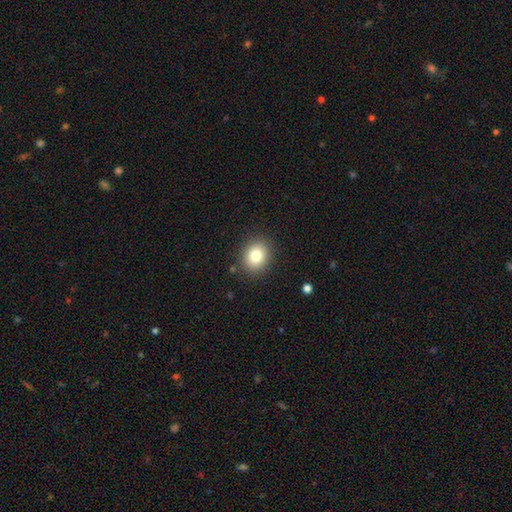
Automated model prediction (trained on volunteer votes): Smooth or featured? smooth (81%)
How rounded? round (65%)
Merging? none (88%)